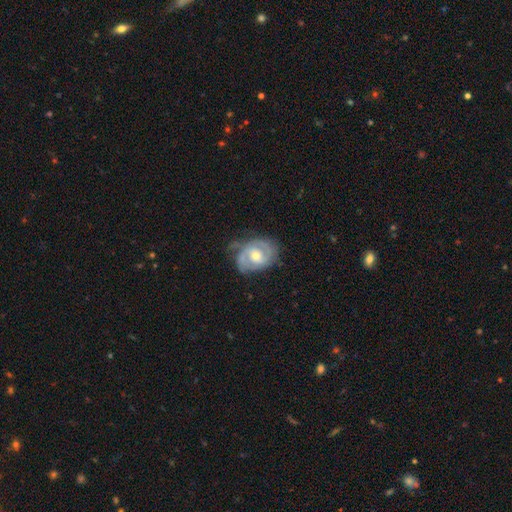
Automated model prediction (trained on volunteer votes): featured or disk 82%, smooth 13%, star or artifact 5%. Down the decision tree: edge-on disk — no (97%); bar — no (53%); spiral arms — yes (93%); spiral arm count — 2 (63%); spiral winding — tight (50%); bulge size — moderate (58%); merging — none (56%).